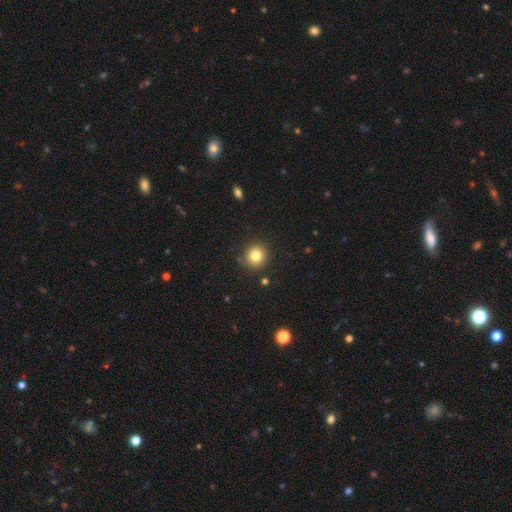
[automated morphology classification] Smooth or featured?
  - smooth: 81% *
  - star or artifact: 12%
  - featured or disk: 7%
How rounded?
  - round: 91% *
  - in between: 8%
  - cigar-shaped: 1%
Merging?
  - none: 88% *
  - minor disturbance: 8%
  - major disturbance: 2%
  - merger: 2%